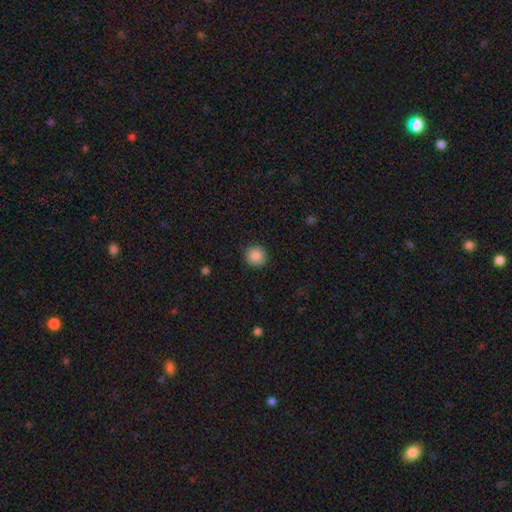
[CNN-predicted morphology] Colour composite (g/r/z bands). It shows a smooth galaxy with no disk features (88%) that is round (94%). Merging: none (91%).